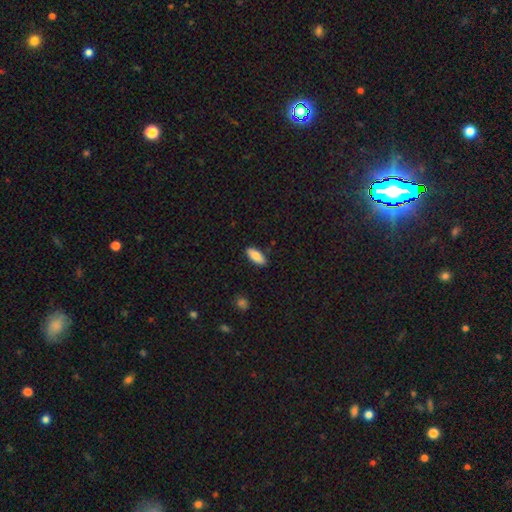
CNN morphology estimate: smooth 83%, featured or disk 11%, star or artifact 6%. Down the decision tree: how rounded — in between (78%); merging — none (88%).